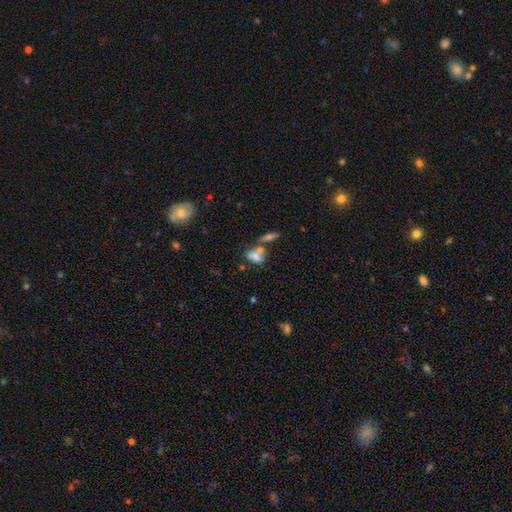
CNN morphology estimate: This appears to be a smooth galaxy with no disk features (69%) that is in between round and cigar-shaped (78%). Merging: merger (47%).